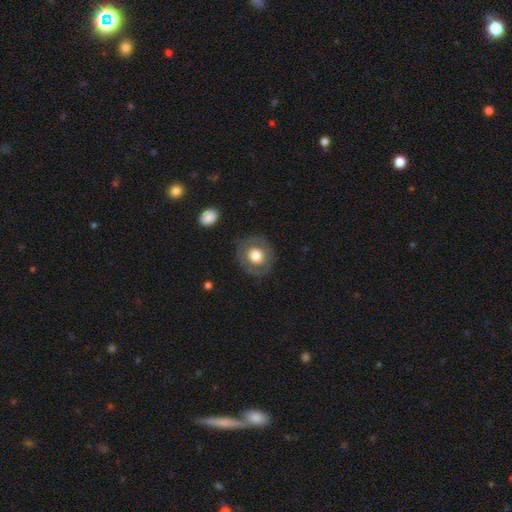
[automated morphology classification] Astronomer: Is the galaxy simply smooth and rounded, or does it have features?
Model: smooth — 64%.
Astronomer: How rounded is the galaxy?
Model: round — 78%.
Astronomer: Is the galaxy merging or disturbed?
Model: none — 81%.